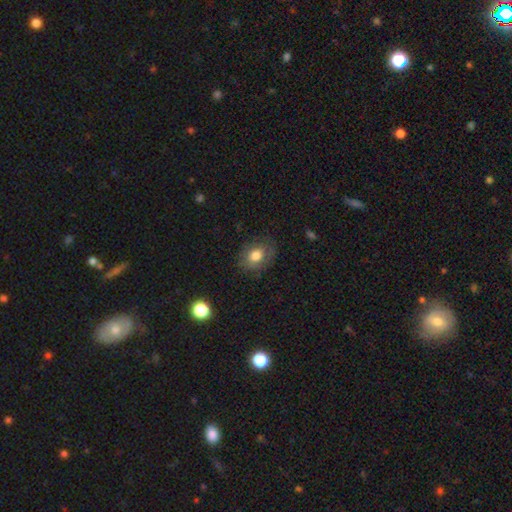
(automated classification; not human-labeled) Smooth or featured? smooth (75%)
How rounded? in between (60%)
Merging? none (76%)